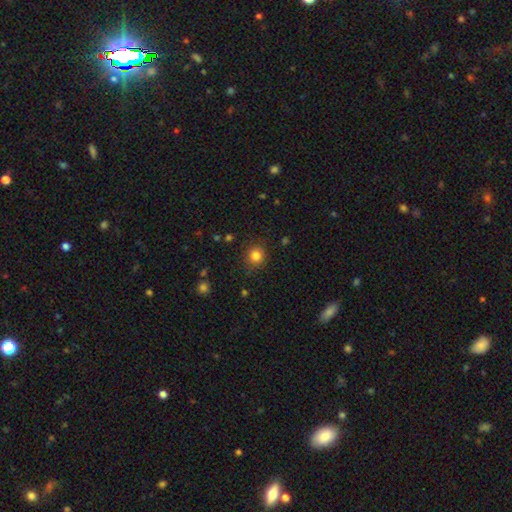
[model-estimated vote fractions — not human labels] Overall: smooth (83%). How rounded: round (87%). Merging: none (86%).